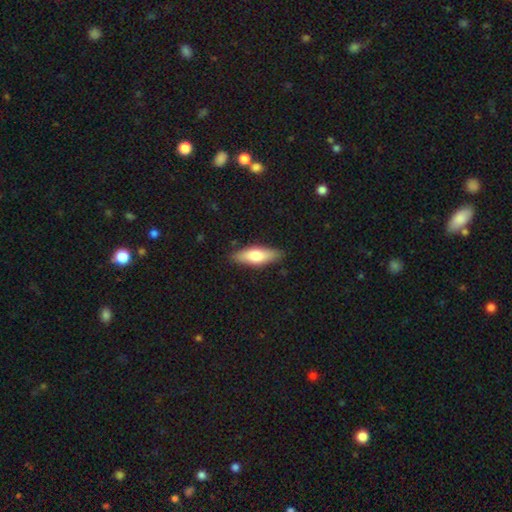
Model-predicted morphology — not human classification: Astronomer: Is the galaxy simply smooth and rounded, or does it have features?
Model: smooth — 69%.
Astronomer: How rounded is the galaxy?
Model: in between — 57% (runner-up: cigar-shaped, 41%).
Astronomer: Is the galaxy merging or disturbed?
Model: none — 86%.